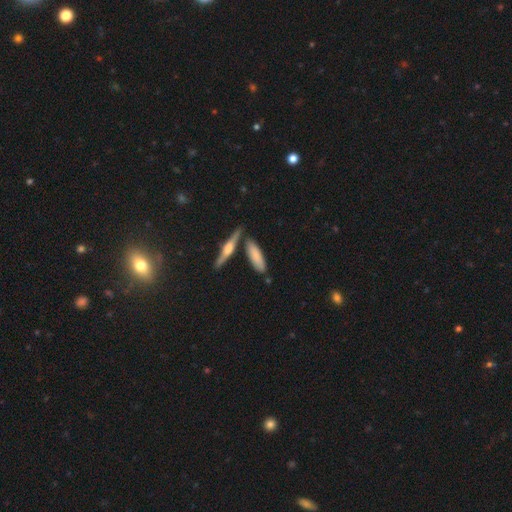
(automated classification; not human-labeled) This is likely a smooth galaxy (73%). How rounded: possibly cigar-shaped (55%). Merging: likely none (72%).